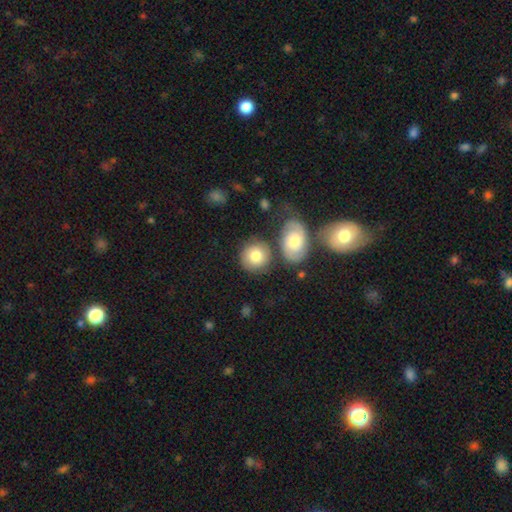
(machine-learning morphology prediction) smooth 72%, featured or disk 21%, star or artifact 7%. Down the decision tree: how rounded — round (82%); merging — none (70%).